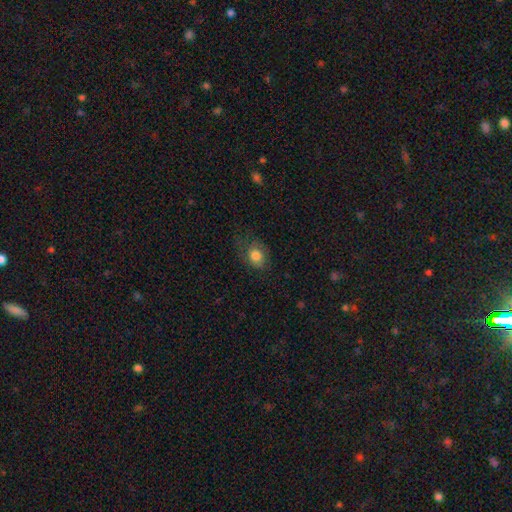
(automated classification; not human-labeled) This appears to be a smooth galaxy with no disk features (79%) that is round (58%). Merging: none (61%).